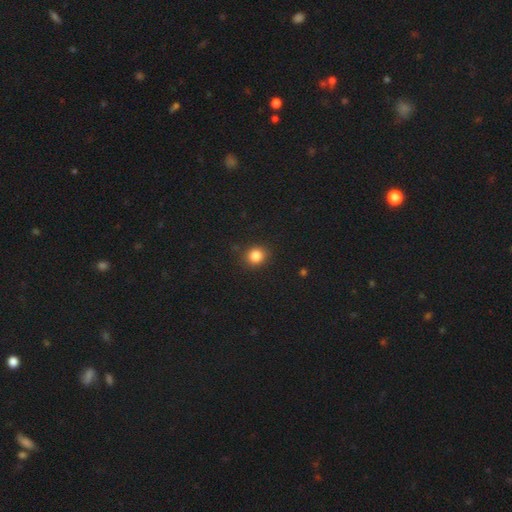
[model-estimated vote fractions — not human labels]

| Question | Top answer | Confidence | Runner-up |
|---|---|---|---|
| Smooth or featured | smooth | 84% | star or artifact (12%) |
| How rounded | round | 80% | in between (19%) |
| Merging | none | 88% | minor disturbance (9%) |